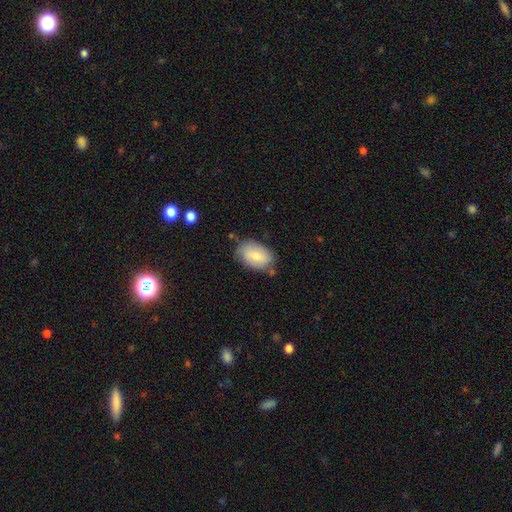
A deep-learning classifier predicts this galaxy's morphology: A smooth galaxy with no disk features (75%) that is in between round and cigar-shaped (89%).

Vote fractions:
- Smooth or featured? smooth: 75% / featured or disk: 19% / star or artifact: 7%
- How rounded? in between: 89% / round: 9% / cigar-shaped: 1%
- Merging? none: 69% / minor disturbance: 22% / major disturbance: 5% / merger: 4%